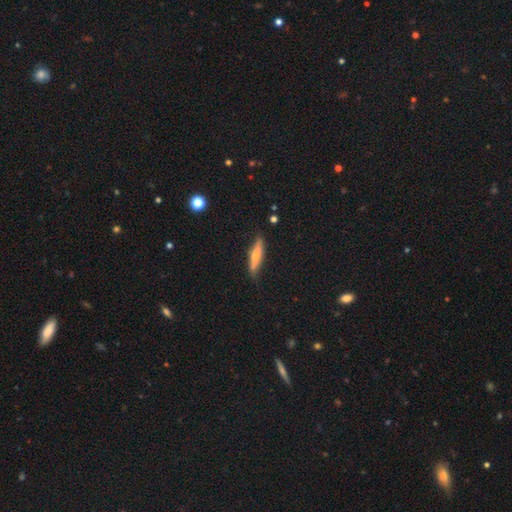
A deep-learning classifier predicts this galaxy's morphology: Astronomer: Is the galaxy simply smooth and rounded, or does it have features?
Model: smooth — 53% (runner-up: featured or disk, 40%).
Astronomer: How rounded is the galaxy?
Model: cigar-shaped — 81%.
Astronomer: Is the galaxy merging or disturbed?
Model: none — 78%.